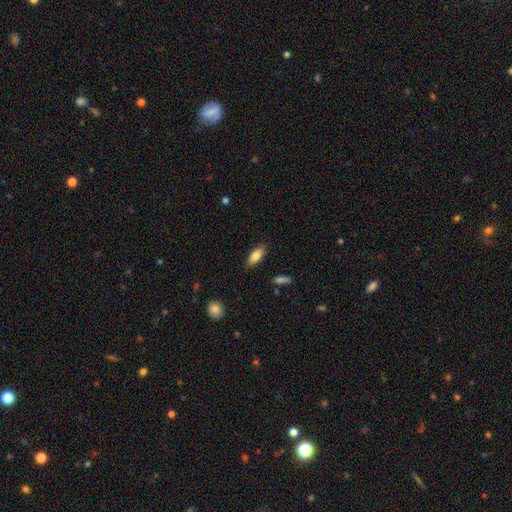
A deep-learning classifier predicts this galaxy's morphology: smooth-or-featured: smooth: 79% | featured or disk: 14% | star or artifact: 7%
  how-rounded: in between: 81% | cigar-shaped: 17% | round: 2%
  merging: none: 86% | minor disturbance: 10% | major disturbance: 2% | merger: 1%